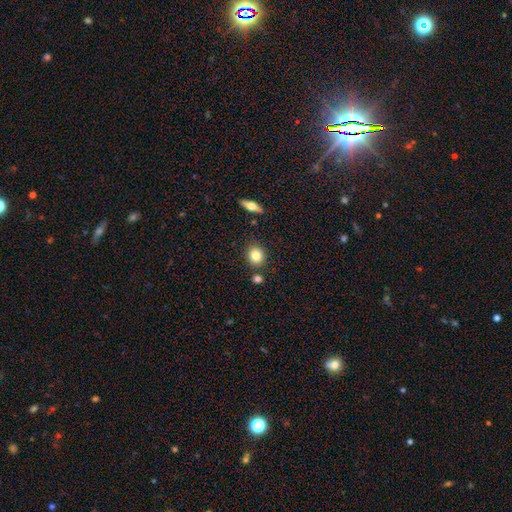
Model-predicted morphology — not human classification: This appears to be a smooth galaxy with no disk features (82%) that is round (70%). Merging: none (81%).